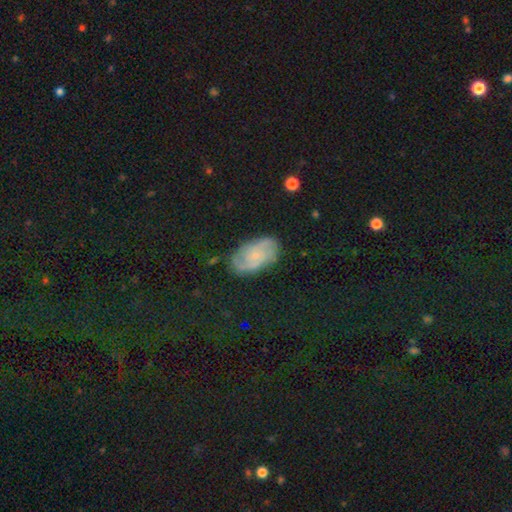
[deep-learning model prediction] Smooth or featured? Predicted: featured or disk (p=0.64). Edge-on disk? Predicted: no (p=0.96). Bar? Predicted: no (p=0.72). Spiral arms? Predicted: yes (p=0.90). Spiral winding? Predicted: medium (p=0.42, tied with tight). Spiral arm count? Predicted: 2 (p=0.40). Bulge size? Predicted: small (p=0.78). Merging? Predicted: none (p=0.75).